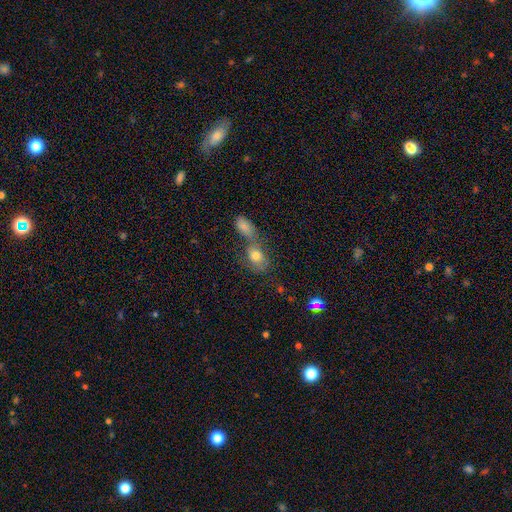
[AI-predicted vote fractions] The model was most divided on "merging": merger: 47%, none: 33%, minor disturbance: 12%, major disturbance: 7%. More confident: smooth or featured — smooth (75%); how rounded — in between (70%).